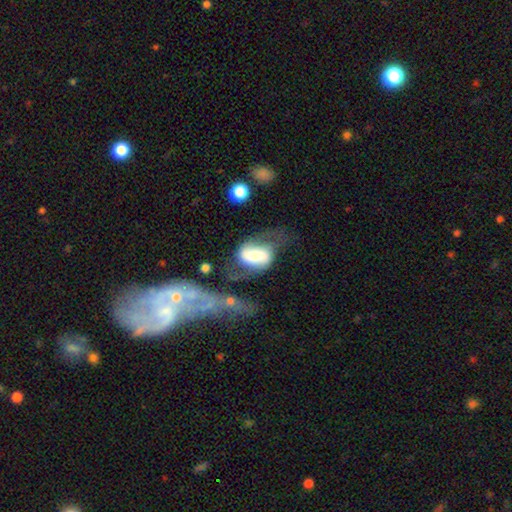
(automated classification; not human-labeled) Smooth or featured? featured or disk (58%)
Edge-on disk? no (95%)
Bar? no (36%)
Spiral arms? yes (80%)
Bulge size? moderate (37%)
Merging? none (37%)